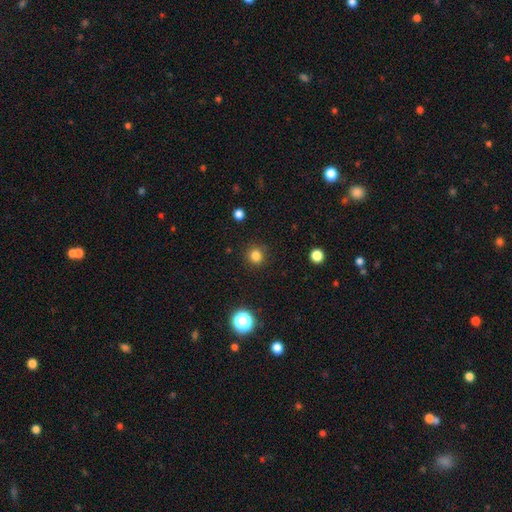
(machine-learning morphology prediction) Smooth or featured: smooth — 82% (star or artifact — 14%)
How rounded: round — 91% (in between — 8%)
Merging: none — 89% (minor disturbance — 7%)